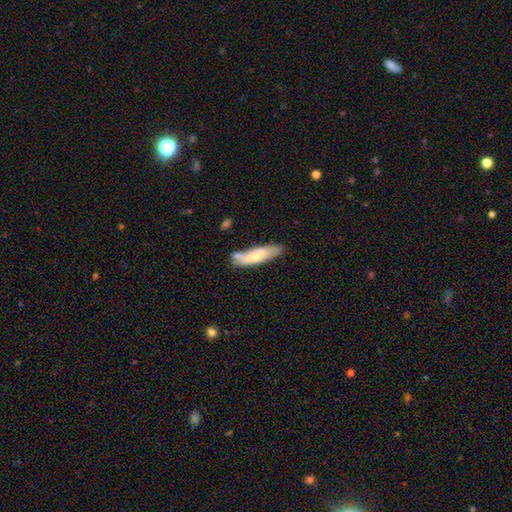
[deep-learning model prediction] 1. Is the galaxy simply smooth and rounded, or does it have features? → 61% smooth, 33% featured or disk, 6% star or artifact.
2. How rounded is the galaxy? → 65% cigar-shaped, 33% in between, 2% round.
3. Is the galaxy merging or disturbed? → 57% none, 23% minor disturbance, 14% merger, 6% major disturbance.